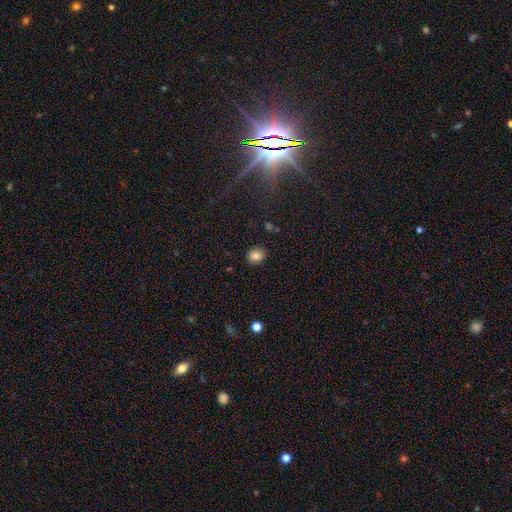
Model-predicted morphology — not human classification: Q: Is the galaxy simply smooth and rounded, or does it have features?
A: smooth — 82%.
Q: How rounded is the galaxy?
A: round — 67%.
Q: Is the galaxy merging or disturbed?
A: none — 87%.